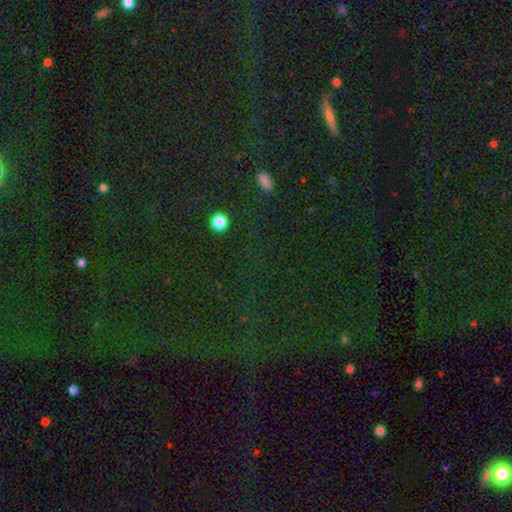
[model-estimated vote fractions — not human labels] This is likely a star or artifact rather than a galaxy (72%).